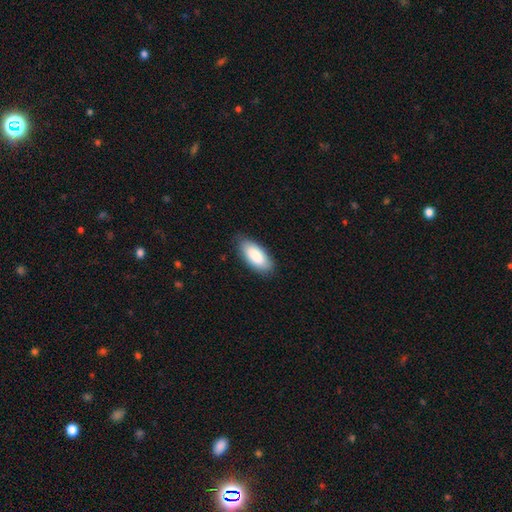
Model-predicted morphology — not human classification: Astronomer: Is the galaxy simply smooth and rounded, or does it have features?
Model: smooth — 88%.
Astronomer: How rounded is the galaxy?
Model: in between — 90%.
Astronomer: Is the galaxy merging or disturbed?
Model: none — 83%.